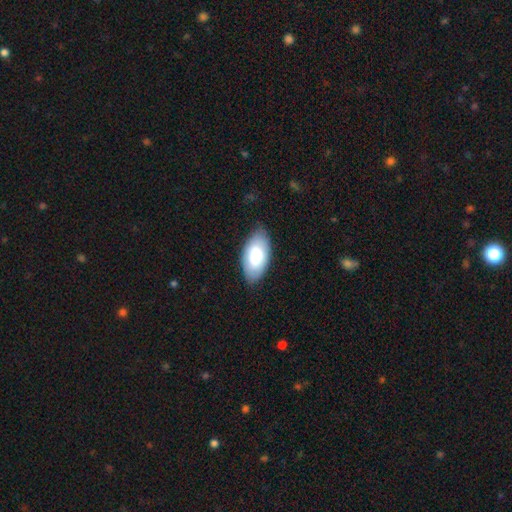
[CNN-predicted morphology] Overall: smooth (81%). How rounded: in between (95%). Merging: none (81%).